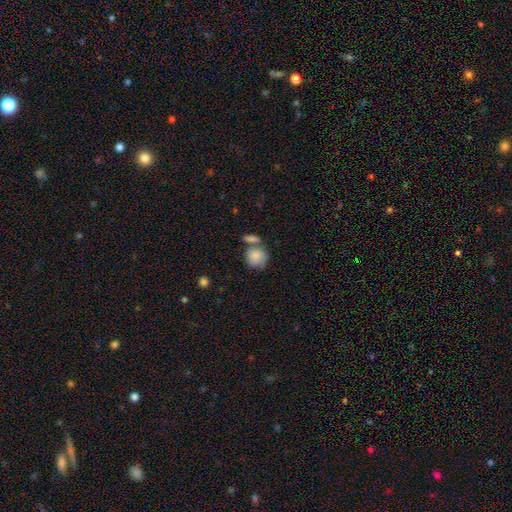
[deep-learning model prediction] A smooth galaxy with no disk features (82%) that is round (77%).

Vote fractions:
- Smooth or featured? smooth: 82% / featured or disk: 11% / star or artifact: 7%
- How rounded? round: 77% / in between: 21% / cigar-shaped: 1%
- Merging? none: 46% / merger: 30% / minor disturbance: 17% / major disturbance: 7%